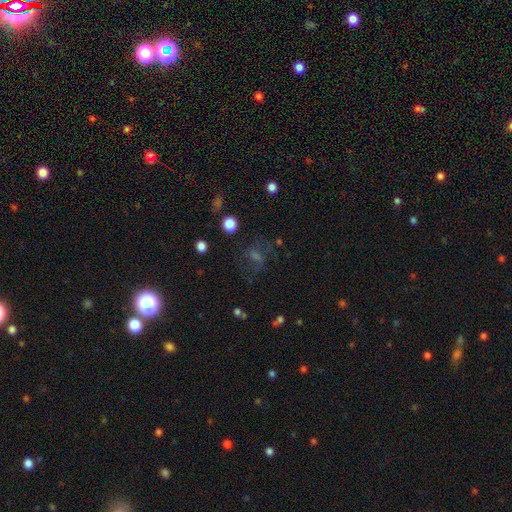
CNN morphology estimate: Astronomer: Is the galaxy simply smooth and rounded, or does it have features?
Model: star or artifact — 37%, tied with smooth at 37%.